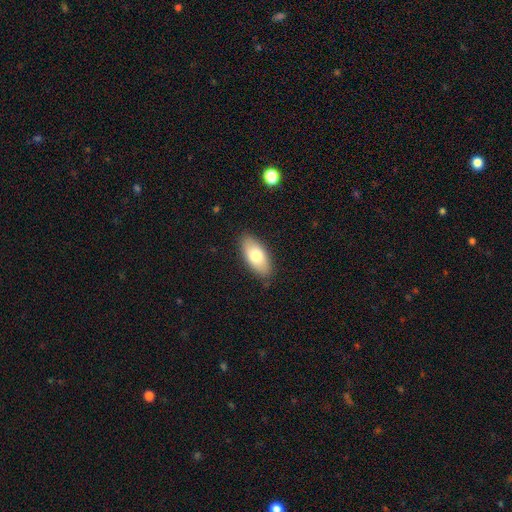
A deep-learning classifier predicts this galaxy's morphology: Smooth or featured: smooth — 76% (featured or disk — 18%)
How rounded: in between — 89% (cigar-shaped — 9%)
Merging: none — 86% (minor disturbance — 11%)